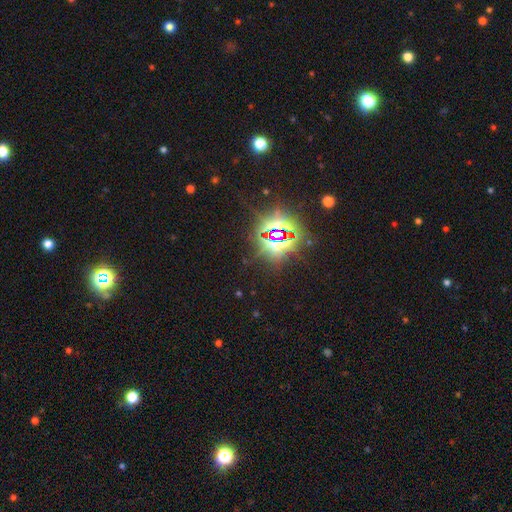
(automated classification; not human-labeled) This appears to be a star or artifact, not a galaxy (84%).